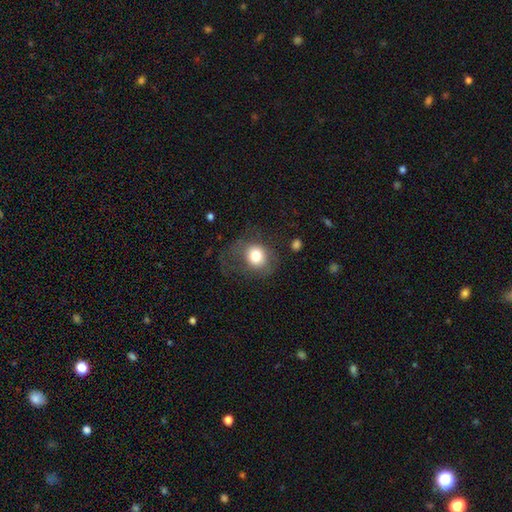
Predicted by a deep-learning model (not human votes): Smooth or featured?
  - smooth: 75% *
  - featured or disk: 15%
  - star or artifact: 9%
How rounded?
  - round: 69% *
  - in between: 30%
  - cigar-shaped: 1%
Merging?
  - none: 51% *
  - major disturbance: 26%
  - minor disturbance: 21%
  - merger: 2%